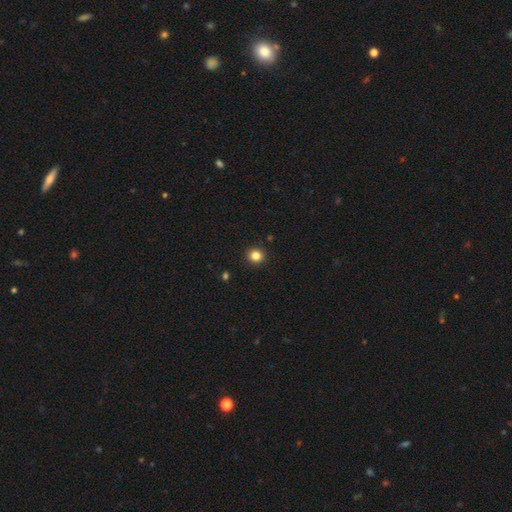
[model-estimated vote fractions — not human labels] smooth 83%, star or artifact 12%, featured or disk 4%. Down the decision tree: how rounded — round (91%); merging — none (93%).